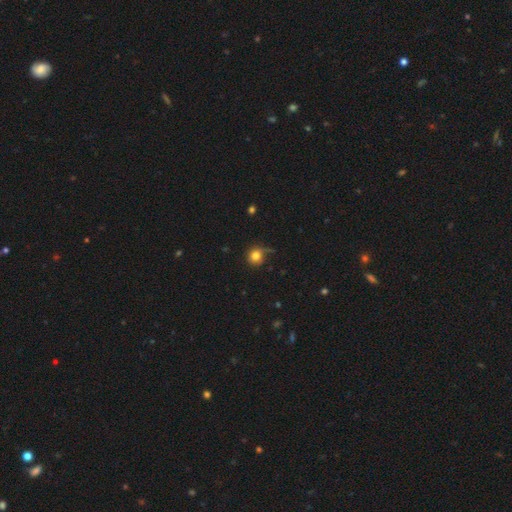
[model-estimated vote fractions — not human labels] This is clearly a smooth galaxy (80%). How rounded: clearly round (88%). Merging: likely none (66%).